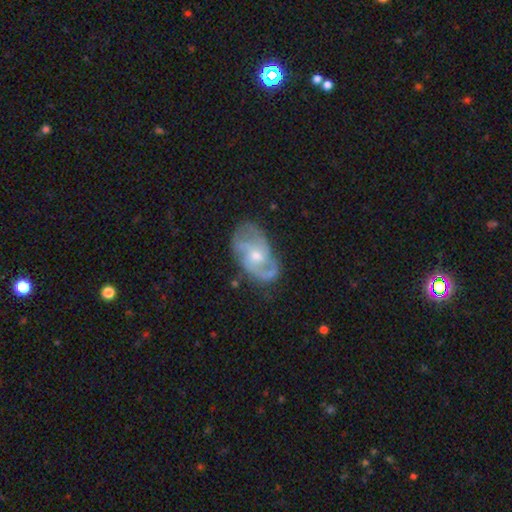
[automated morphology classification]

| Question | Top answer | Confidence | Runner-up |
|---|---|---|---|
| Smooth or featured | featured or disk | 81% | smooth (14%) |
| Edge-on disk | no | 96% | yes (4%) |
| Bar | no | 56% | weak (38%) |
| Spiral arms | yes | 93% | no (7%) |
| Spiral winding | medium | 51% | tight (27%) |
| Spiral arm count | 2 | 50% | 3 (24%) |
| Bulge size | moderate | 49% | small (46%) |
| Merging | none | 66% | minor disturbance (22%) |